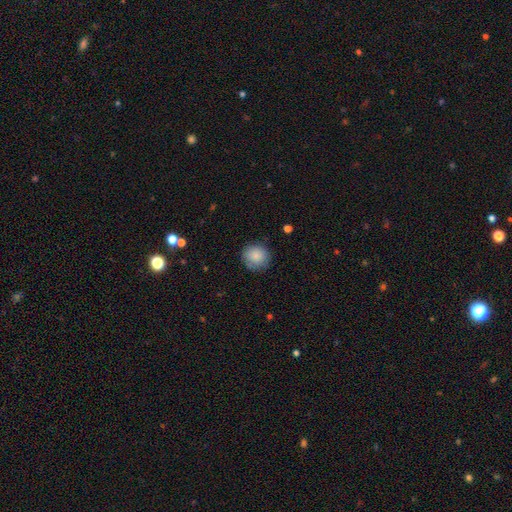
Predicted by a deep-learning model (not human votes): smooth_or_featured: smooth (p=0.87) [alt: star or artifact p=0.08]
how_rounded: round (p=0.91) [alt: in between p=0.08]
merging: none (p=0.83) [alt: minor disturbance p=0.13]